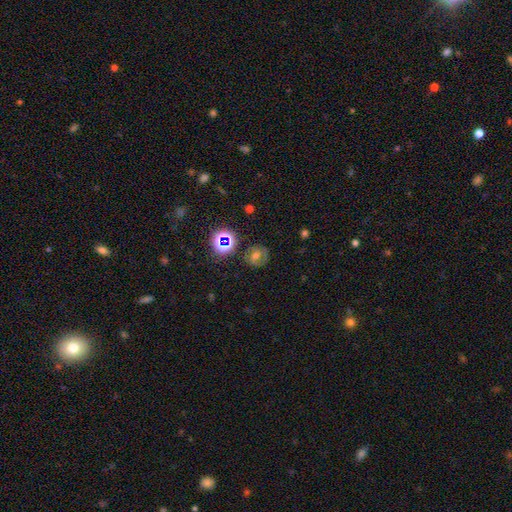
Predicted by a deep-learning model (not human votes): smooth 39%, featured or disk 38%, star or artifact 23%. Down the decision tree: merging — none (79%).